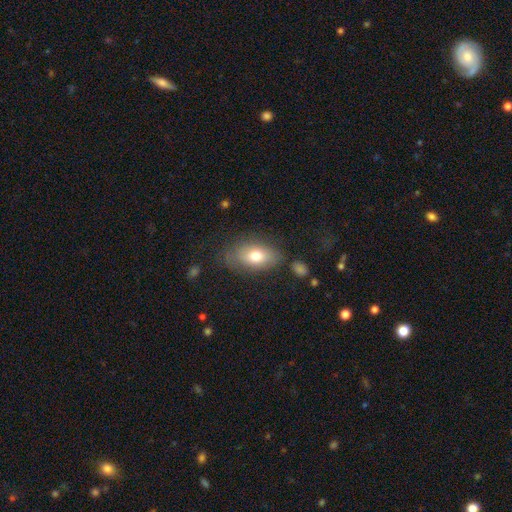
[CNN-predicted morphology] smooth 73%, featured or disk 18%, star or artifact 8%. Down the decision tree: how rounded — in between (88%); merging — none (69%).